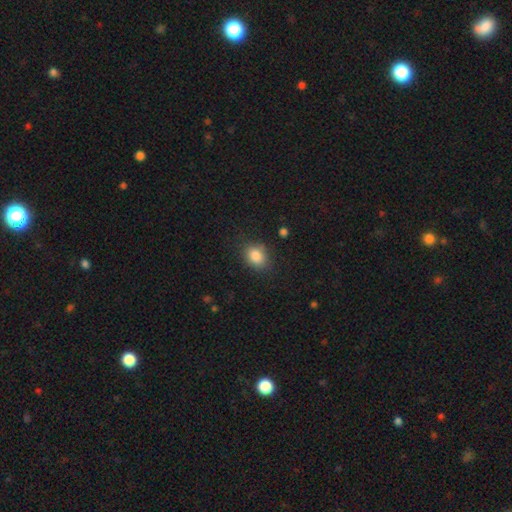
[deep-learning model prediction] smooth-or-featured: smooth: 85% | star or artifact: 9% | featured or disk: 6%
  how-rounded: in between: 59% | round: 39% | cigar-shaped: 1%
  merging: none: 78% | minor disturbance: 16% | major disturbance: 4% | merger: 2%